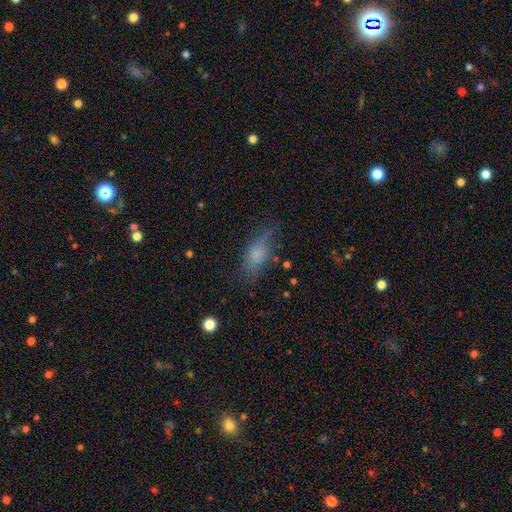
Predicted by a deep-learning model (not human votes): smooth-or-featured: smooth: 69% | featured or disk: 20% | star or artifact: 11%
  how-rounded: in between: 74% | cigar-shaped: 22% | round: 5%
  merging: none: 67% | minor disturbance: 22% | major disturbance: 9% | merger: 2%